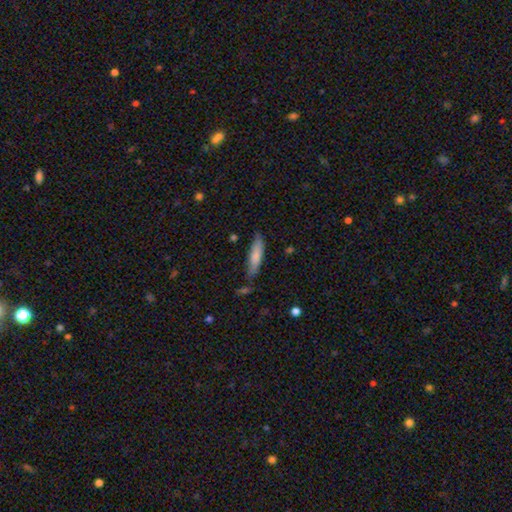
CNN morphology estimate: smooth 78%, featured or disk 16%, star or artifact 6%. Down the decision tree: how rounded — cigar-shaped (72%); merging — none (75%).